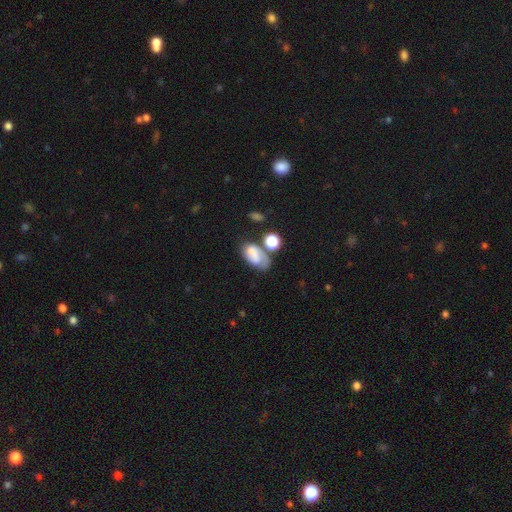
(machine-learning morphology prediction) The model was most divided on "merging": none: 38%, minor disturbance: 23%, merger: 22%, major disturbance: 17%. More confident: how rounded — in between (87%); smooth or featured — smooth (57%).